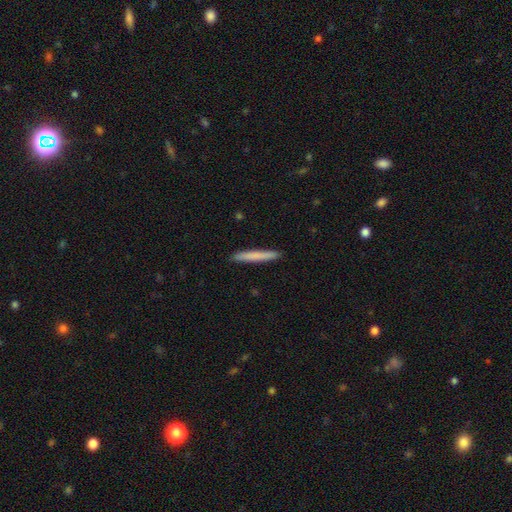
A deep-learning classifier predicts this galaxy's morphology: type=smooth (75%); roundness=cigar-shaped (97%); merging=none (92%).